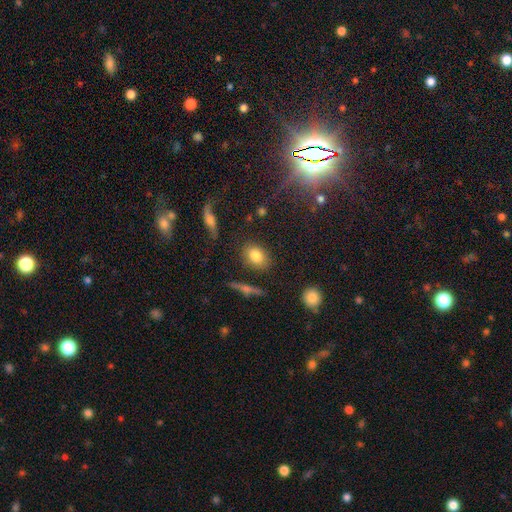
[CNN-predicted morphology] This appears to be a smooth galaxy with no disk features (80%) that is in between round and cigar-shaped (69%). Merging: none (83%).